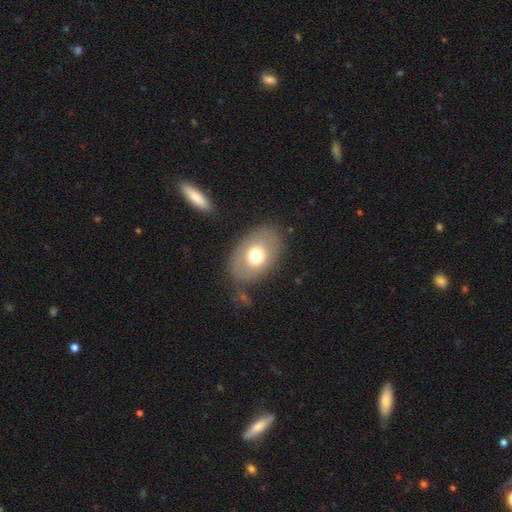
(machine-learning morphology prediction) Overall: smooth (65%; featured or disk 27%). How rounded: in between (80%). Merging: none (74%).